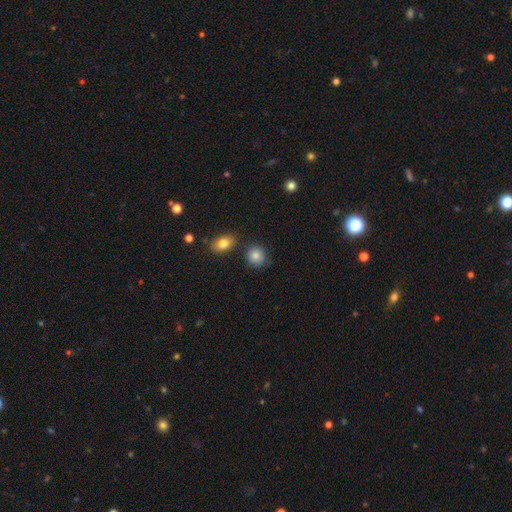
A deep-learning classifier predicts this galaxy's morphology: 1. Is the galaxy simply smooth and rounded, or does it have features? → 85% smooth, 9% star or artifact, 6% featured or disk.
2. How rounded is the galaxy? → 79% round, 20% in between, 1% cigar-shaped.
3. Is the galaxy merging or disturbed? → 80% none, 11% minor disturbance, 6% merger, 3% major disturbance.